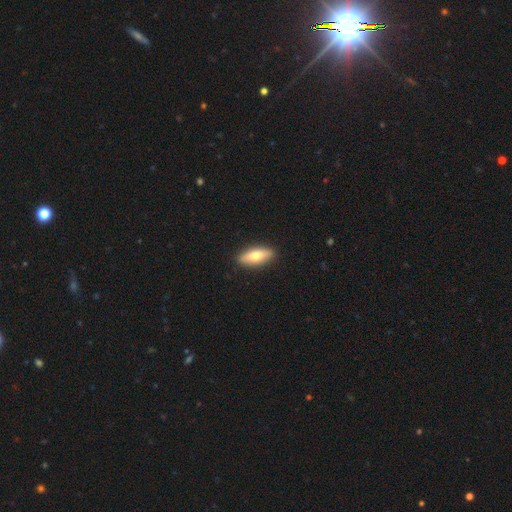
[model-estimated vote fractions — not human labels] A smooth galaxy with no disk features (67%) that is in between round and cigar-shaped (67%). Merging: none (90%).